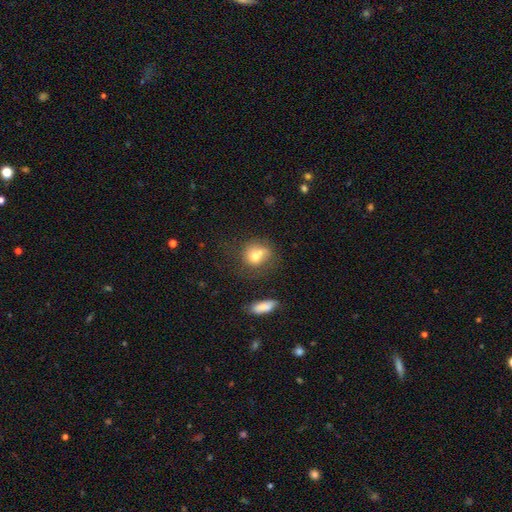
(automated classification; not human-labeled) This appears to be a smooth galaxy with no disk features (66%) that is round (70%). Merging: merger (46%).